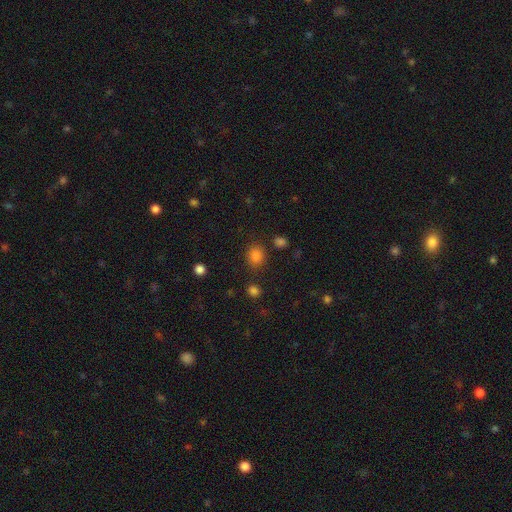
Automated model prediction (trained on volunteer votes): Smooth or featured: smooth — 83% (star or artifact — 13%)
How rounded: round — 65% (in between — 34%)
Merging: none — 80% (minor disturbance — 11%)